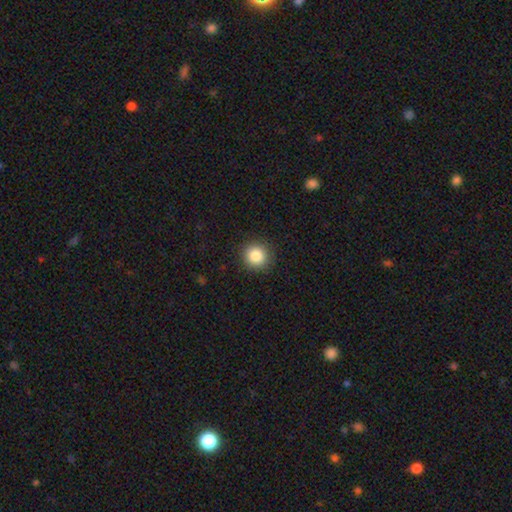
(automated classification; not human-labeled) This appears to be a smooth galaxy with no disk features (85%) that is round (93%). Merging: none (90%).